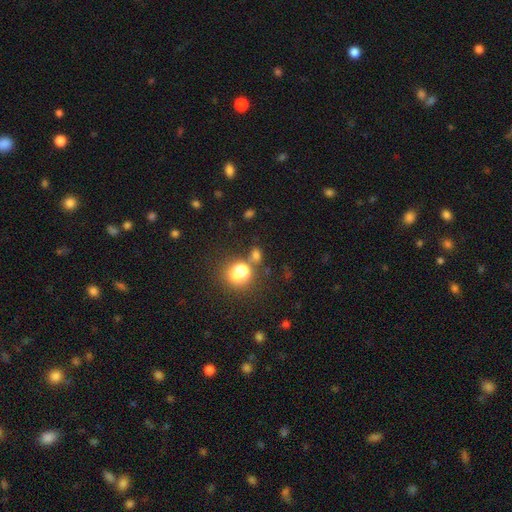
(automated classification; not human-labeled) Smooth or featured? Predicted: smooth (p=0.65). How rounded? Predicted: round (p=0.64). Merging? Predicted: none (p=0.59).